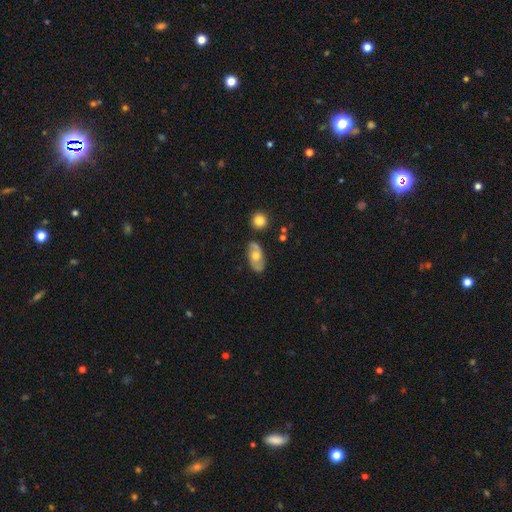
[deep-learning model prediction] featured or disk 52%, smooth 41%, star or artifact 7%. Down the decision tree: edge-on disk — no (89%); merging — none (76%).